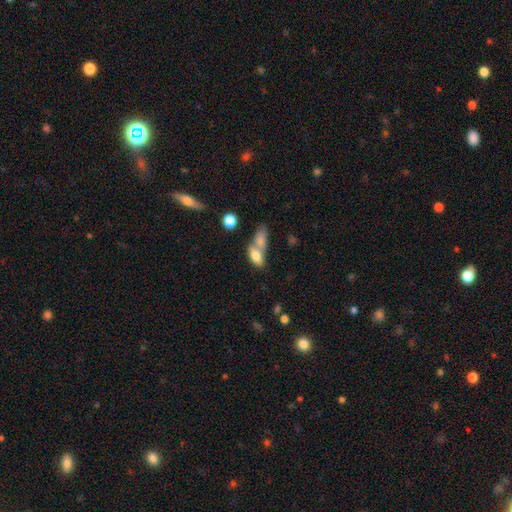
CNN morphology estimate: Q: Smooth or featured?
A: smooth (76%); runner-up: featured or disk (16%)
Q: How rounded?
A: in between (82%); runner-up: cigar-shaped (11%)
Q: Merging?
A: merger (57%); runner-up: none (29%)